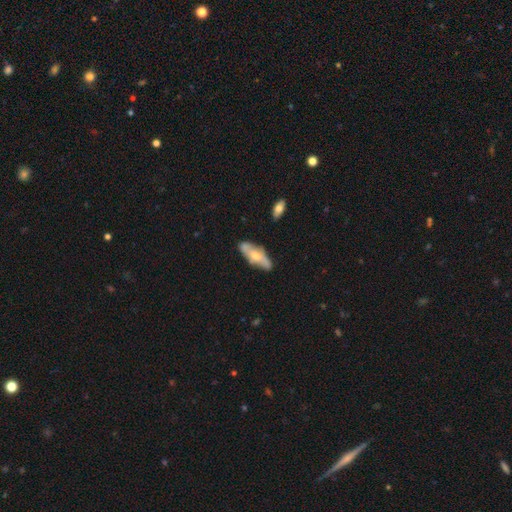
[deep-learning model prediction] Smooth or featured? Predicted: featured or disk (p=0.51). Edge-on disk? Predicted: no (p=0.73). Merging? Predicted: none (p=0.71).